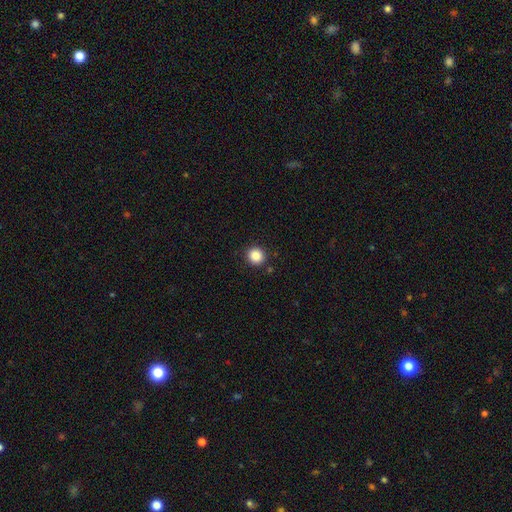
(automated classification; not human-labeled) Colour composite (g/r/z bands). It shows a smooth galaxy with no disk features (87%) that is round (91%). Merging: none (90%).